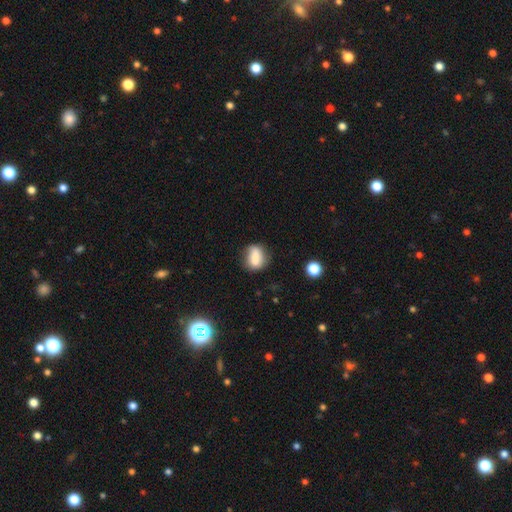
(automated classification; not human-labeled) smooth_or_featured: smooth (p=0.73) [alt: featured or disk p=0.17]
how_rounded: in between (p=0.58) [alt: round p=0.38]
merging: none (p=0.60) [alt: minor disturbance p=0.25]